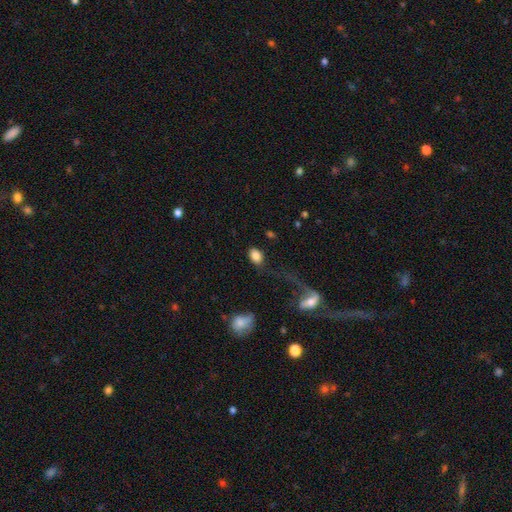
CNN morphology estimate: Smooth or featured?
  - smooth: 83% *
  - featured or disk: 9%
  - star or artifact: 8%
How rounded?
  - in between: 79% *
  - round: 19%
  - cigar-shaped: 1%
Merging?
  - none: 71% *
  - minor disturbance: 13%
  - major disturbance: 10%
  - merger: 5%